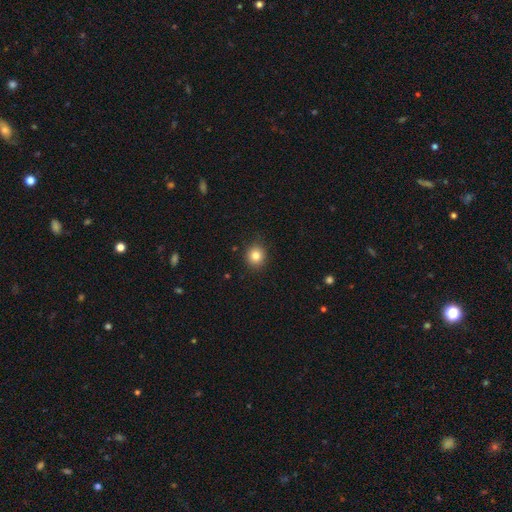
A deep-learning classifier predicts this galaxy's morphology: A smooth galaxy with no disk features (83%) that is round (85%). Merging: none (88%).